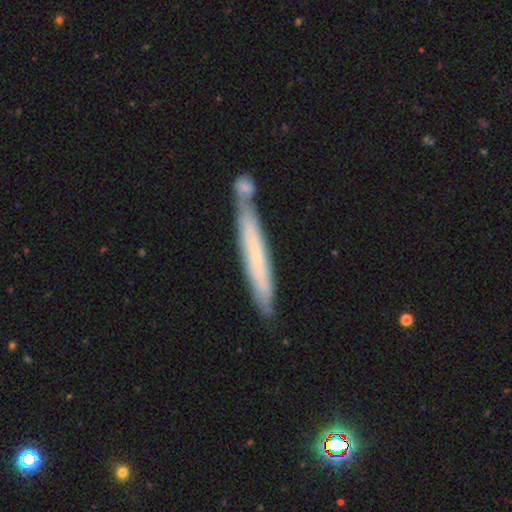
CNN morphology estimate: A featured or disk galaxy (49%). Merging: none (56%).